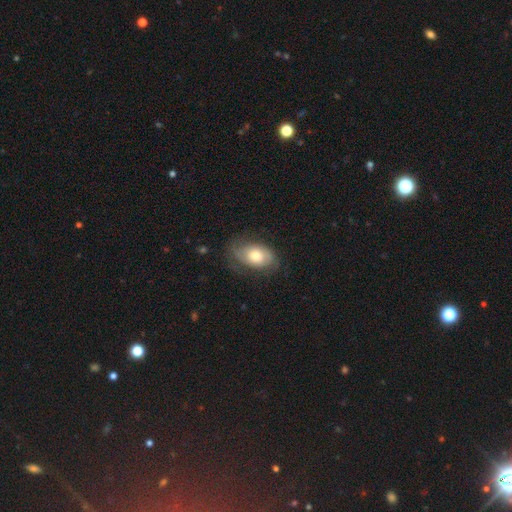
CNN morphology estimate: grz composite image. It shows a smooth galaxy with no disk features (57%) that is in between round and cigar-shaped (85%). Merging: none (63%).